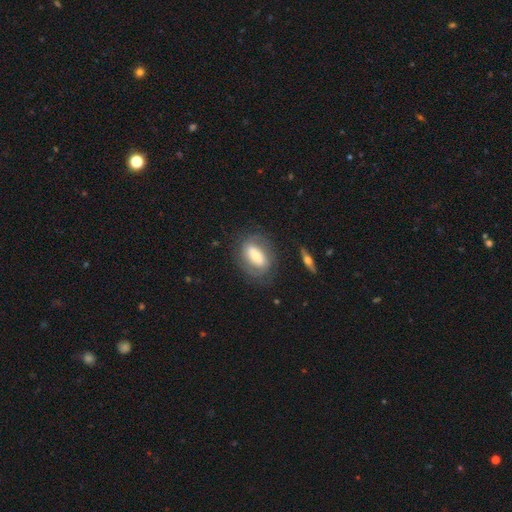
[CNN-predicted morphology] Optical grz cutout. It shows a featured or disk galaxy (51%). Merging: none (71%).